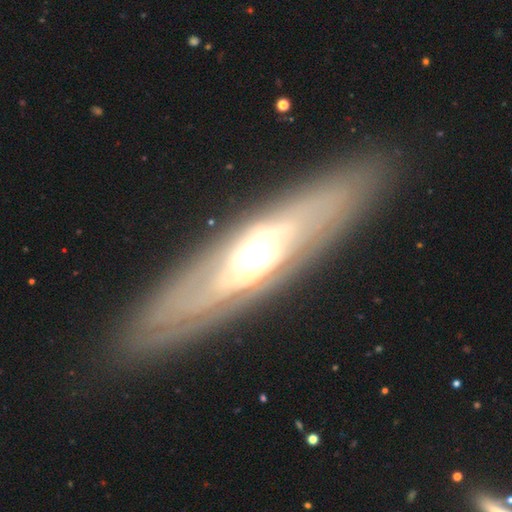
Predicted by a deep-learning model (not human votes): This is likely a featured or disk galaxy (76%). It is possibly viewed edge-on (55%). Merging: clearly none (85%).